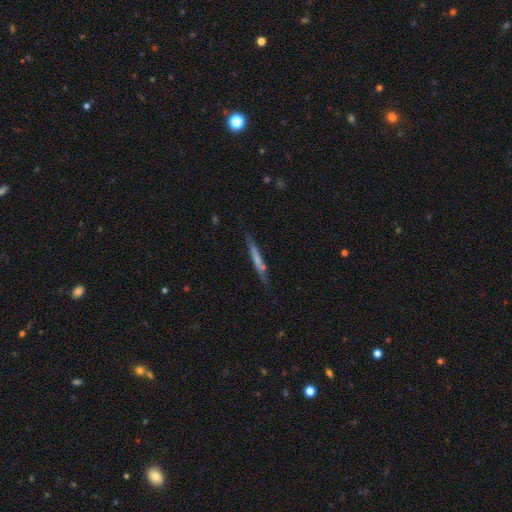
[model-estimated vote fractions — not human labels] Q: Smooth or featured?
A: featured or disk (49%); runner-up: smooth (43%)
Q: Merging?
A: none (81%); runner-up: minor disturbance (14%)